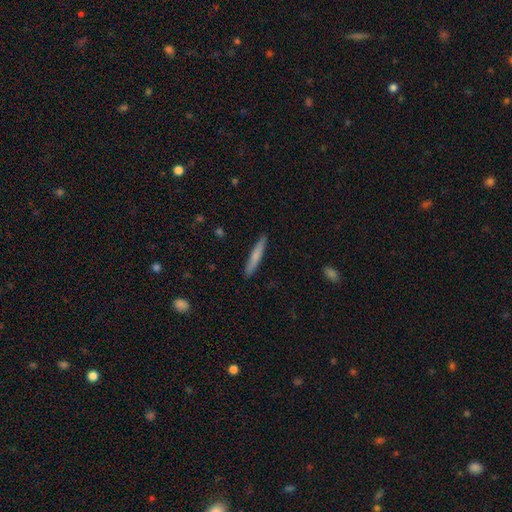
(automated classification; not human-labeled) smooth-or-featured: smooth: 70% | featured or disk: 25% | star or artifact: 5%
  how-rounded: cigar-shaped: 95% | in between: 4% | round: 1%
  merging: none: 91% | minor disturbance: 7% | major disturbance: 1% | merger: 1%